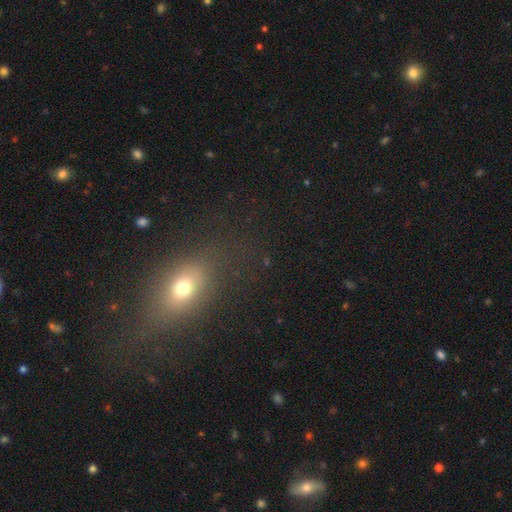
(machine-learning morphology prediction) This is possibly a smooth galaxy (56%). How rounded: likely in between (62%). Merging: likely none (77%).